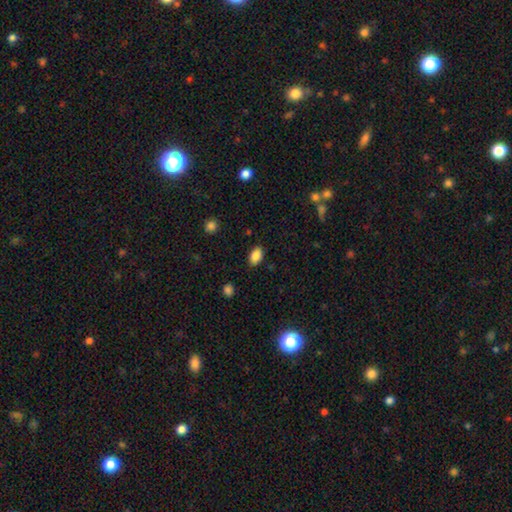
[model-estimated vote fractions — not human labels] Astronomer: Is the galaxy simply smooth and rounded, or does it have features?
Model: smooth — 87%.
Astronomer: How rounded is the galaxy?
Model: in between — 89%.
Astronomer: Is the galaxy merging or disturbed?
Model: none — 85%.